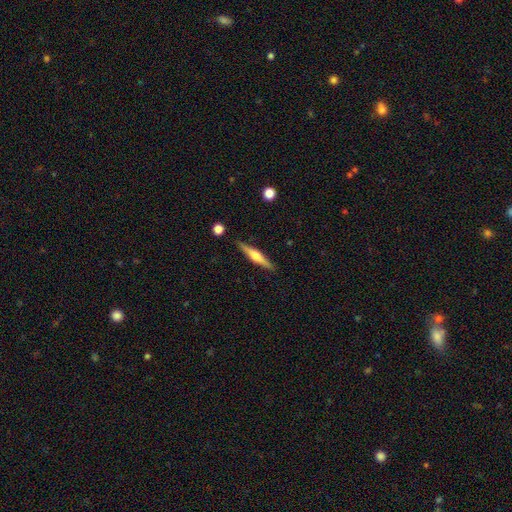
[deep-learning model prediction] Smooth or featured?
  - featured or disk: 65% *
  - smooth: 29%
  - star or artifact: 6%
Edge-on disk?
  - yes: 97% *
  - no: 3%
Edge-on bulge?
  - rounded: 86% *
  - boxy: 9%
  - none: 5%
Merging?
  - none: 88% *
  - minor disturbance: 8%
  - major disturbance: 2%
  - merger: 2%